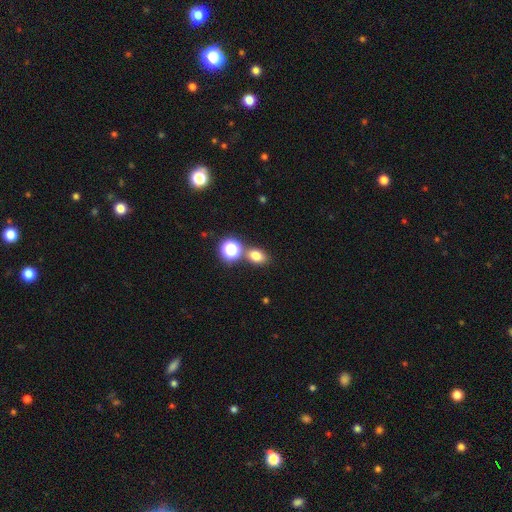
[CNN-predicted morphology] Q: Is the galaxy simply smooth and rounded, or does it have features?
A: smooth — 75%.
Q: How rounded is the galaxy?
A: in between — 64%.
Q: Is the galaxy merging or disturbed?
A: none — 69%.